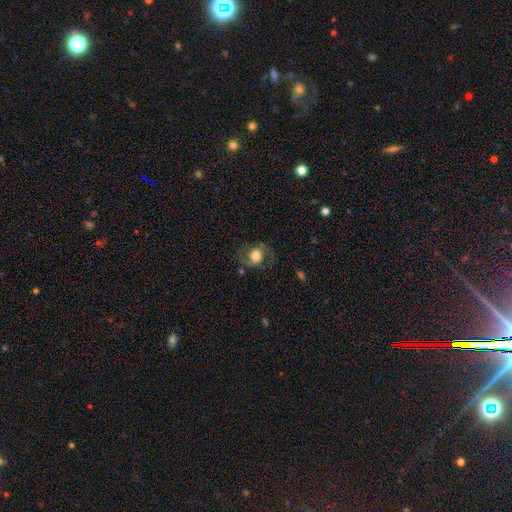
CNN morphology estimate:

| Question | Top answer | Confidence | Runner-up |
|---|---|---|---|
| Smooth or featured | featured or disk | 50% | smooth (41%) |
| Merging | none | 66% | minor disturbance (18%) |